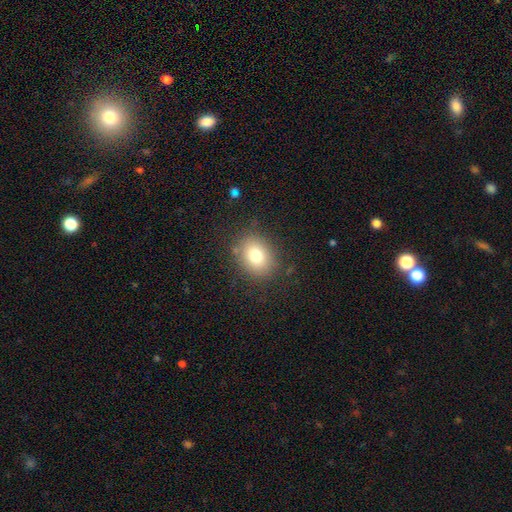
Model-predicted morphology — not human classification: The model was most divided on "how rounded": in between: 50%, round: 49%, cigar-shaped: 1%. More confident: merging — none (83%); smooth or featured — smooth (77%).